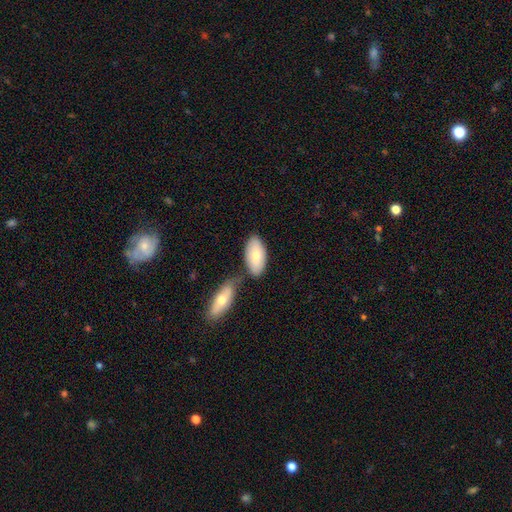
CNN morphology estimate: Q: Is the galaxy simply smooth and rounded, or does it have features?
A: smooth — 77%.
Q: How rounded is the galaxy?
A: in between — 93%.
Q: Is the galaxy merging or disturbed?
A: none — 57%.